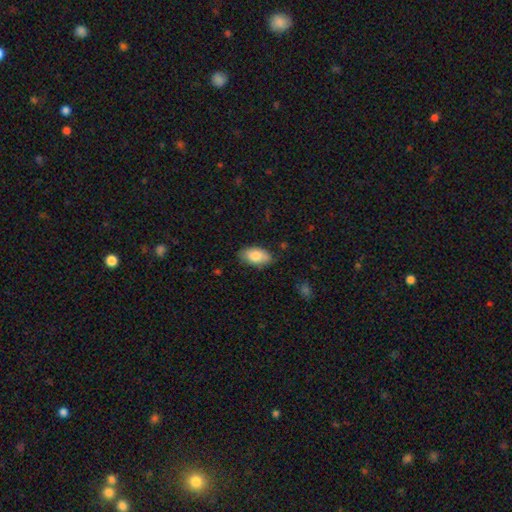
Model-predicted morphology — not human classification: smooth_or_featured: smooth (p=0.83) [alt: featured or disk p=0.11]
how_rounded: in between (p=0.93) [alt: round p=0.05]
merging: none (p=0.75) [alt: minor disturbance p=0.20]